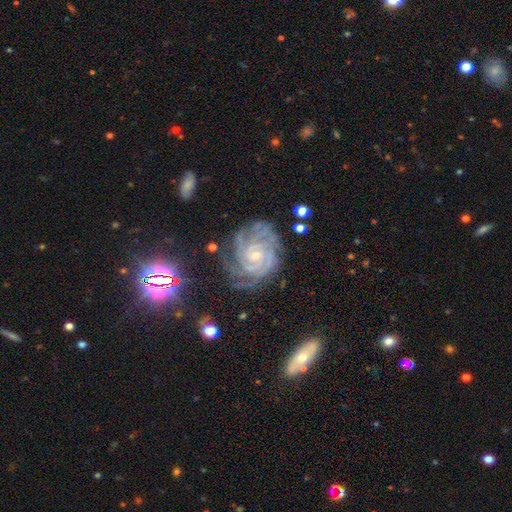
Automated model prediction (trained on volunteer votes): Smooth or featured?
  - featured or disk: 88% *
  - star or artifact: 7%
  - smooth: 5%
Edge-on disk?
  - no: 98% *
  - yes: 2%
Bar?
  - no: 67% *
  - weak: 26%
  - strong: 7%
Spiral arms?
  - yes: 98% *
  - no: 2%
Spiral winding?
  - tight: 78% *
  - medium: 20%
  - loose: 3%
Spiral arm count?
  - 4: 25% *
  - can't tell: 23%
  - 3: 21%
  - 2: 14%
  - more than 4: 10%
  - 1: 7%
Bulge size?
  - small: 71% *
  - moderate: 24%
  - none: 3%
  - large: 1%
  - dominant: 1%
Merging?
  - none: 67% *
  - minor disturbance: 21%
  - major disturbance: 9%
  - merger: 2%